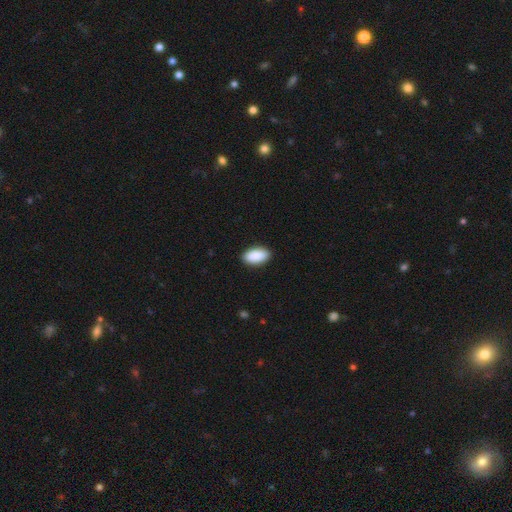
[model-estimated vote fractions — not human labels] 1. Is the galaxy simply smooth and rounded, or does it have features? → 91% smooth, 6% star or artifact, 3% featured or disk.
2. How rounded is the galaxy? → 95% in between, 3% round, 2% cigar-shaped.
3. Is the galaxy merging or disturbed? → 90% none, 7% minor disturbance, 2% major disturbance, 1% merger.